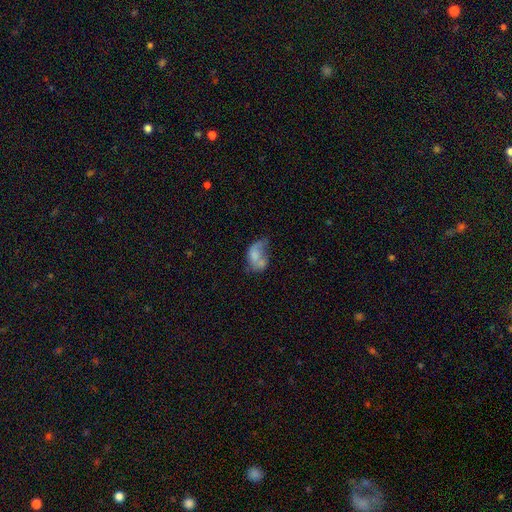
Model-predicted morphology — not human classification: smooth 55%, featured or disk 35%, star or artifact 10%. Down the decision tree: how rounded — in between (82%); merging — merger (38%).